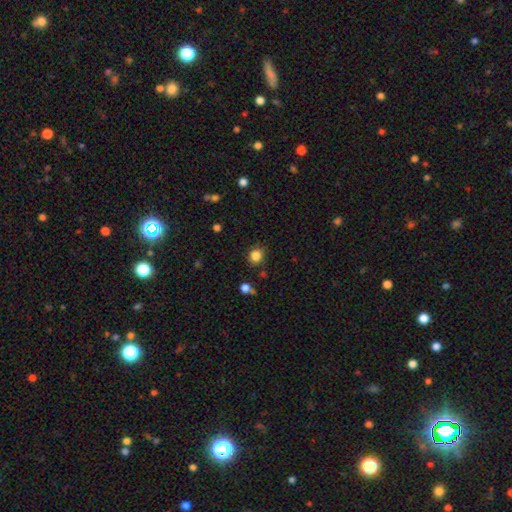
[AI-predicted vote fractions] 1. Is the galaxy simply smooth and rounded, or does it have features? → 85% smooth, 11% star or artifact, 4% featured or disk.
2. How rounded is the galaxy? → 77% round, 22% in between, 1% cigar-shaped.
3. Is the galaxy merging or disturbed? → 82% none, 12% minor disturbance, 3% major disturbance, 3% merger.